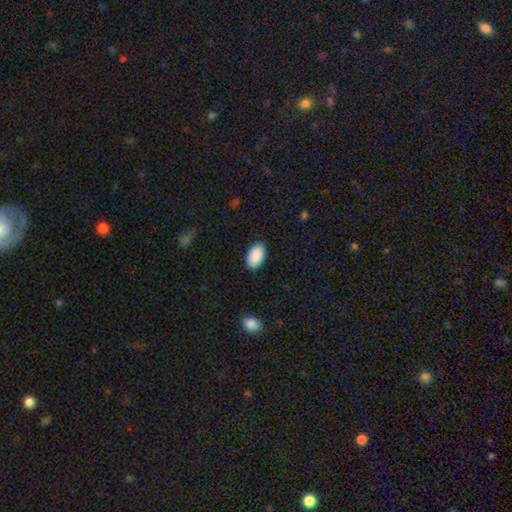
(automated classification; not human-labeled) A smooth galaxy with no disk features (91%) that is in between round and cigar-shaped (95%). Merging: none (89%).